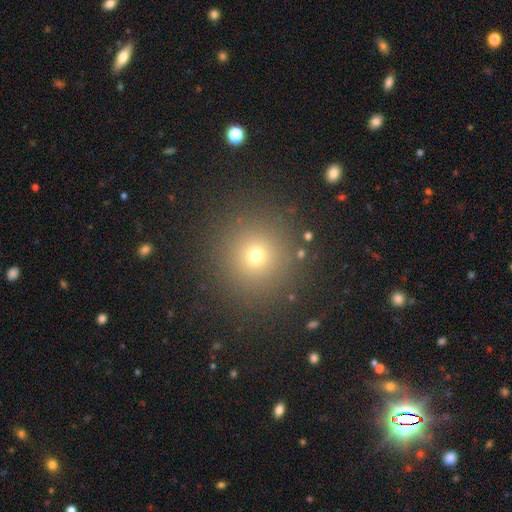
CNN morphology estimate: Smooth or featured?
  - smooth: 69% *
  - star or artifact: 22%
  - featured or disk: 9%
How rounded?
  - round: 94% *
  - in between: 5%
  - cigar-shaped: 1%
Merging?
  - none: 89% *
  - minor disturbance: 6%
  - major disturbance: 3%
  - merger: 2%